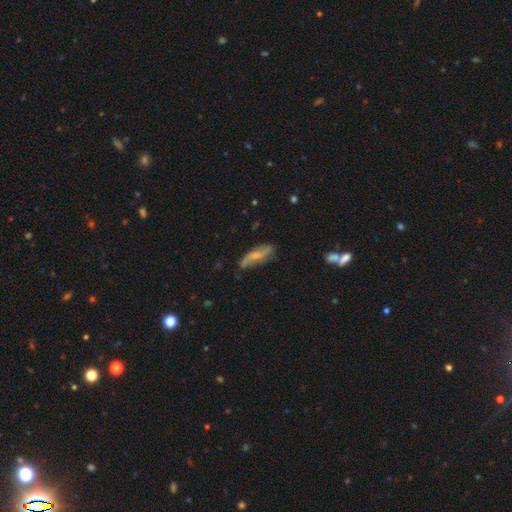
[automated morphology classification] A featured or disk galaxy (52%). Merging: none (64%).